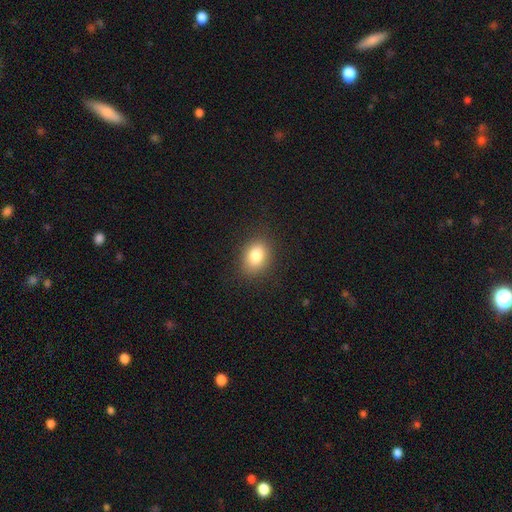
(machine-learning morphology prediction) This appears to be a smooth galaxy with no disk features (82%) that is in between round and cigar-shaped (65%). Merging: none (86%).